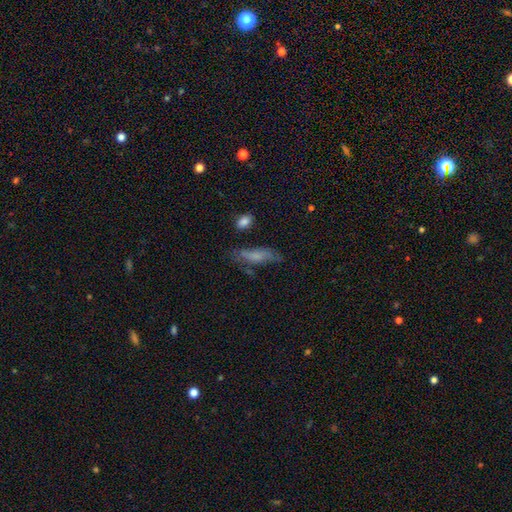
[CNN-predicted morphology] Smooth or featured: smooth — 57% (featured or disk — 33%)
How rounded: cigar-shaped — 50% (in between — 47%)
Merging: none — 56% (minor disturbance — 26%)